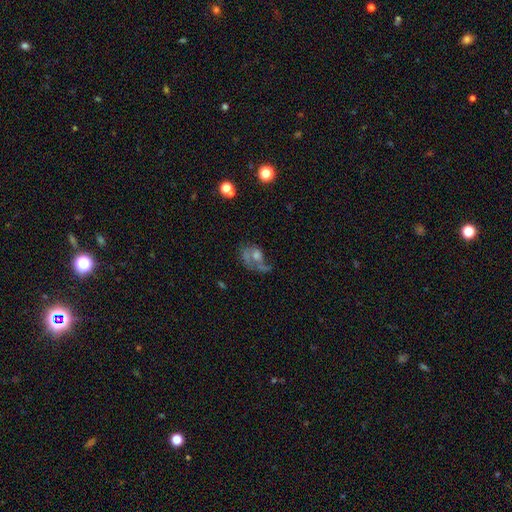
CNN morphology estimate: smooth_or_featured: featured or disk (p=0.56) [alt: smooth p=0.25]
disk_edge_on: no (p=0.96) [alt: yes p=0.04]
bar: no (p=0.81) [alt: weak p=0.16]
has_spiral_arms: yes (p=0.58) [alt: no p=0.42]
bulge_size: moderate (p=0.43) [alt: small p=0.26]
merging: major disturbance (p=0.41) [alt: none p=0.30]